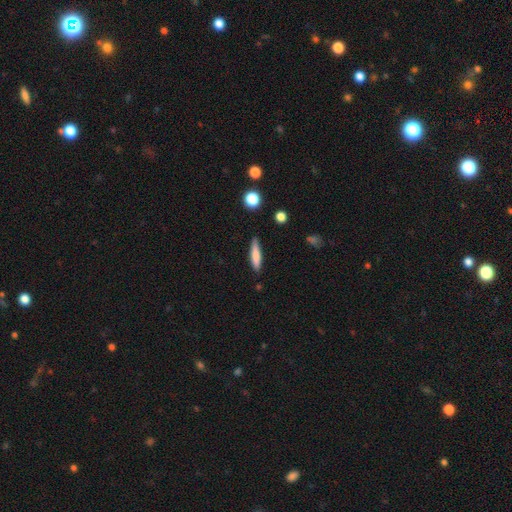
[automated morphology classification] smooth 76%, featured or disk 17%, star or artifact 6%. Down the decision tree: how rounded — cigar-shaped (83%); merging — none (83%).